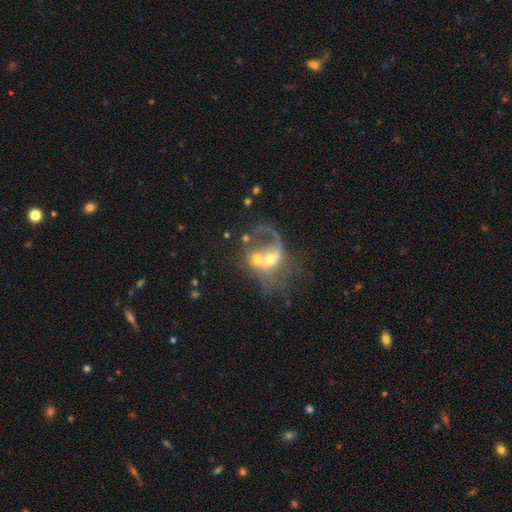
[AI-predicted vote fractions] Smooth or featured? featured or disk (68%)
Edge-on disk? no (97%)
Bar? no (68%)
Spiral arms? yes (66%)
Bulge size? moderate (53%)
Merging? merger (62%)